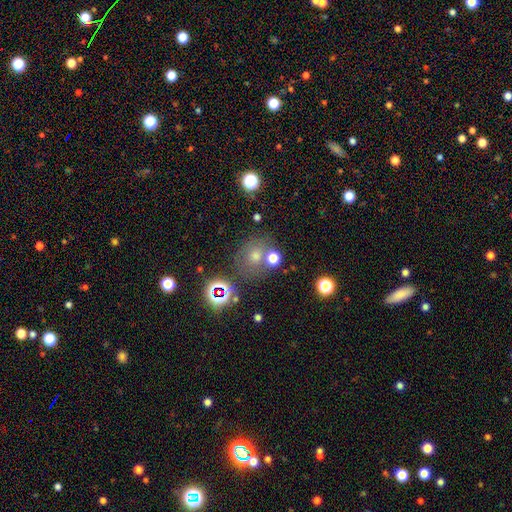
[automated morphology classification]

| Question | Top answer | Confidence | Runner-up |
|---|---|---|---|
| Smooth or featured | smooth | 52% | star or artifact (34%) |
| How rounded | round | 78% | in between (21%) |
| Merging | none | 67% | merger (16%) |